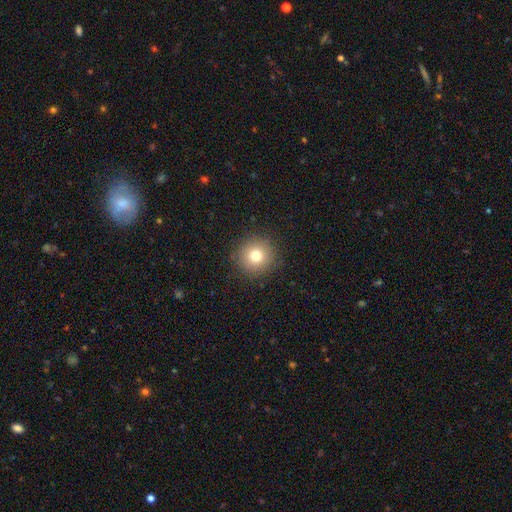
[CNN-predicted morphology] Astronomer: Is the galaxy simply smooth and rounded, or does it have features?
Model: smooth — 76%.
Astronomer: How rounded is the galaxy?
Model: round — 94%.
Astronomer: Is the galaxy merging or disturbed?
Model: none — 90%.